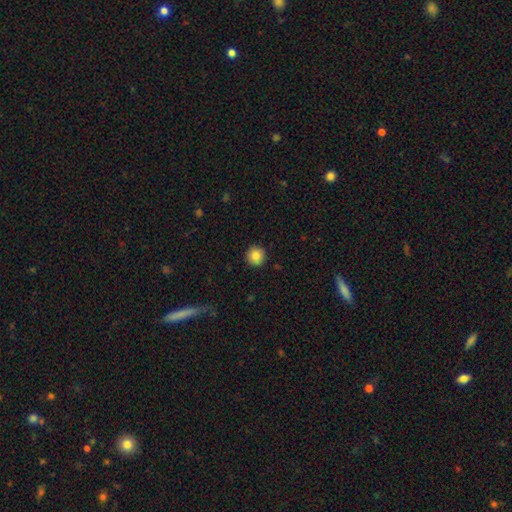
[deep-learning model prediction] smooth-or-featured: smooth: 85% | star or artifact: 9% | featured or disk: 6%
  how-rounded: round: 96% | in between: 3% | cigar-shaped: 1%
  merging: none: 93% | minor disturbance: 5% | major disturbance: 2% | merger: 1%